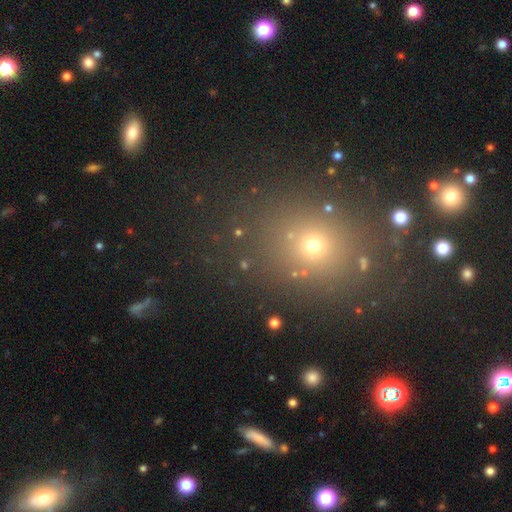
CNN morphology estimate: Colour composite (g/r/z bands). It shows a smooth galaxy with no disk features (57%) that is round (65%). Merging: none (82%).